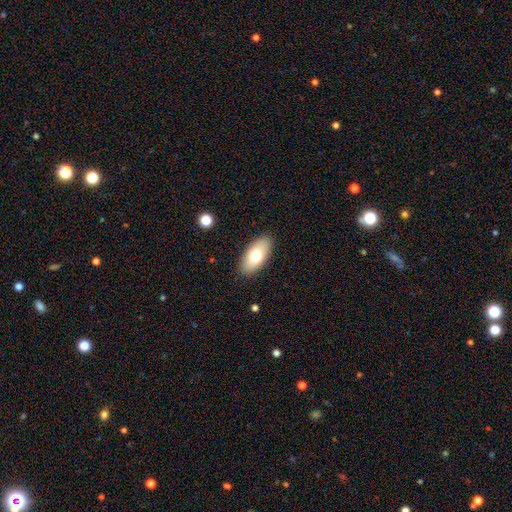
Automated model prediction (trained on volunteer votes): This is likely a smooth galaxy (73%). How rounded: clearly in between (92%). Merging: clearly none (89%).